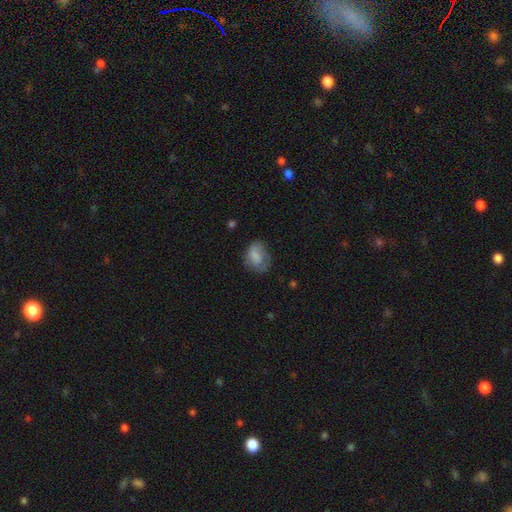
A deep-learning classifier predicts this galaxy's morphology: Smooth or featured: smooth — 73% (featured or disk — 19%)
How rounded: in between — 64% (round — 35%)
Merging: none — 54% (minor disturbance — 29%)